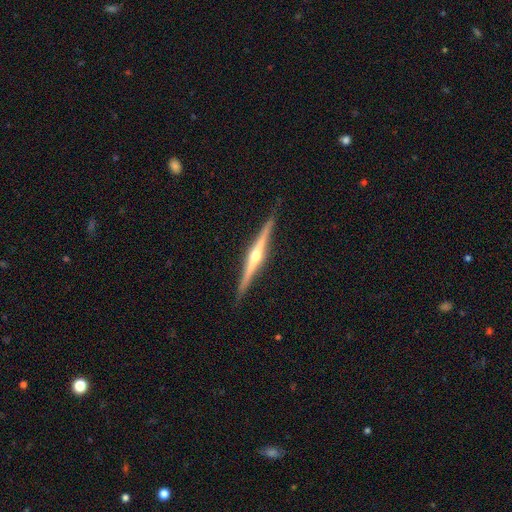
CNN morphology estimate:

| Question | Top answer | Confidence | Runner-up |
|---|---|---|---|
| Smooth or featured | featured or disk | 85% | smooth (10%) |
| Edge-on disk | yes | 99% | no (1%) |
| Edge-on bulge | rounded | 92% | none (5%) |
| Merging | none | 90% | minor disturbance (7%) |